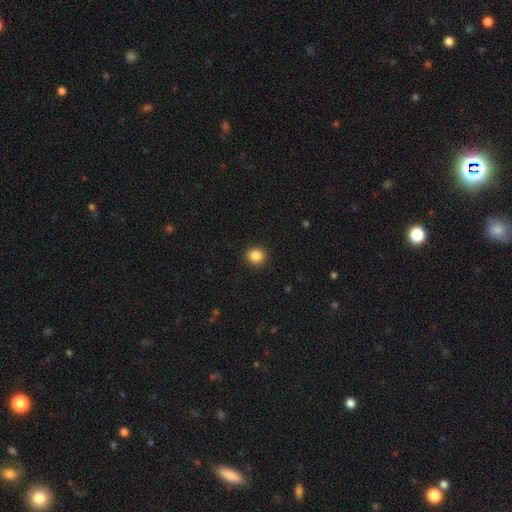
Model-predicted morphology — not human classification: Overall: smooth (86%). How rounded: round (90%). Merging: none (92%).